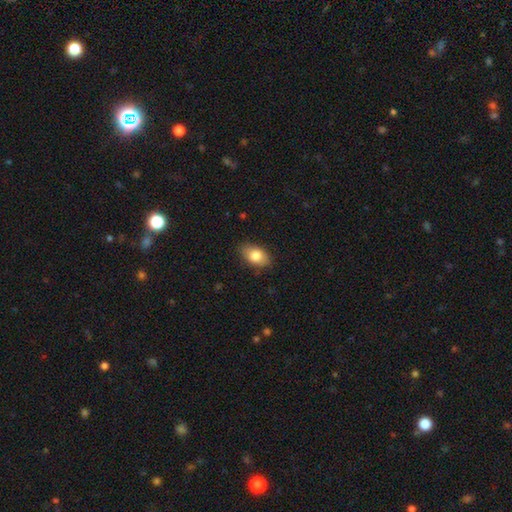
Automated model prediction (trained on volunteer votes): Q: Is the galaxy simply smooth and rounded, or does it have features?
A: smooth — 82%.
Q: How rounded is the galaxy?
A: in between — 89%.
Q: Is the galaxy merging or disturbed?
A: none — 83%.